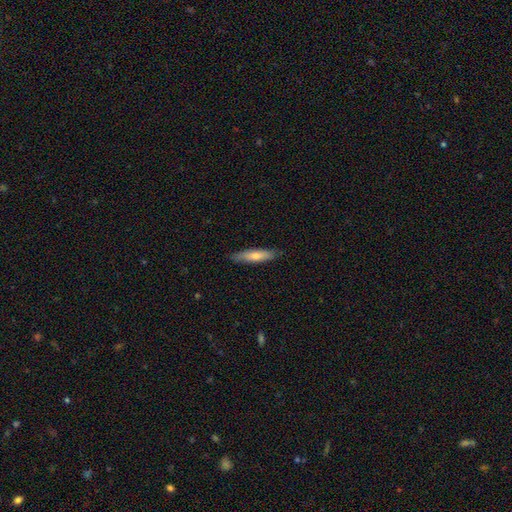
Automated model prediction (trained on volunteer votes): Overall: smooth (67%; featured or disk 27%). How rounded: cigar-shaped (76%). Merging: none (86%).